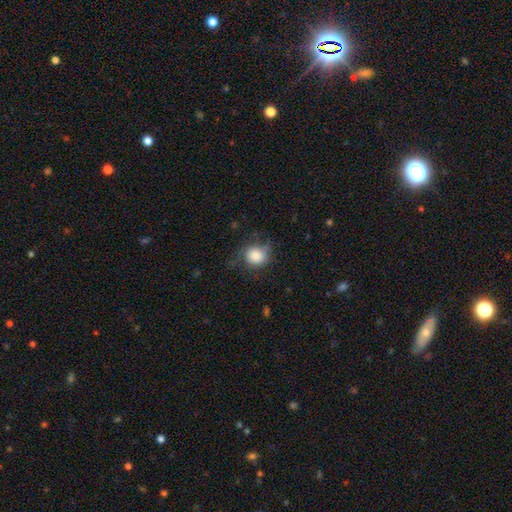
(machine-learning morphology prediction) type=smooth (81%); roundness=round (81%); merging=none (61%).